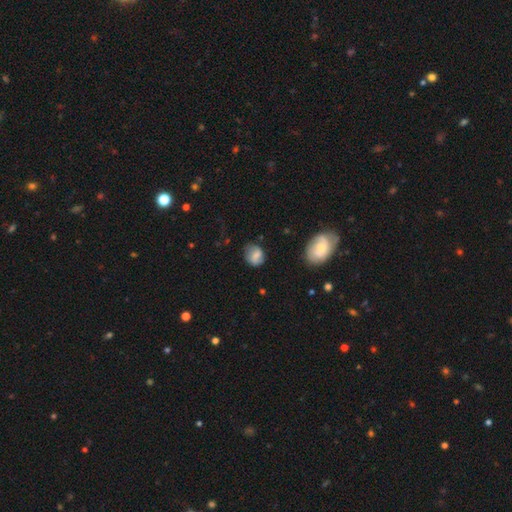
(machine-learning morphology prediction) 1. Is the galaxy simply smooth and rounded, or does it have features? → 66% smooth, 25% featured or disk, 9% star or artifact.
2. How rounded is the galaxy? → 54% round, 45% in between, 1% cigar-shaped.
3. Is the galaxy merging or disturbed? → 66% none, 24% minor disturbance, 7% major disturbance, 2% merger.